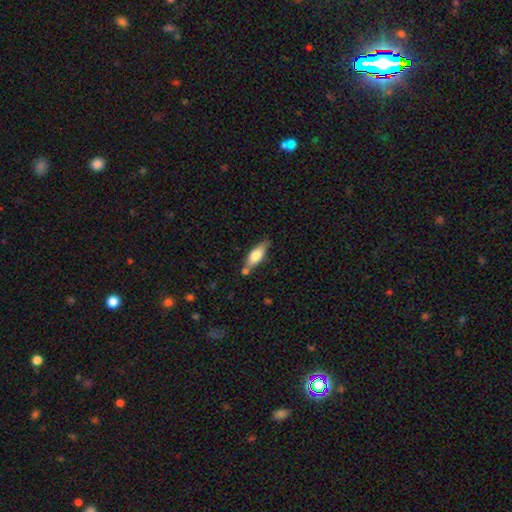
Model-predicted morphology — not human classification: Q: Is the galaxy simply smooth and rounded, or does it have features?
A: smooth — 65%.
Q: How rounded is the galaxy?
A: in between — 60%.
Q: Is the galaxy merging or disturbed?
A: none — 67%.